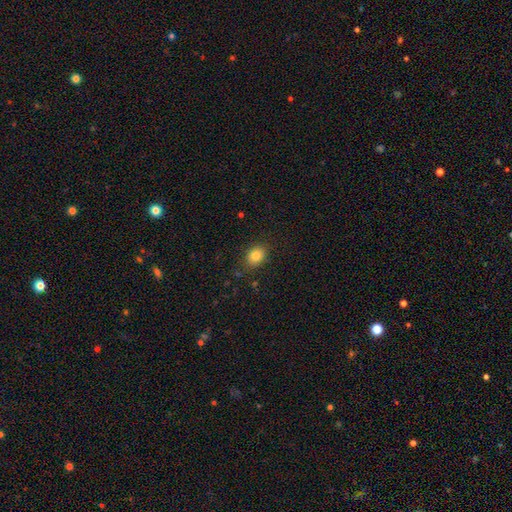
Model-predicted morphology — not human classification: Smooth or featured? Predicted: smooth (p=0.82). How rounded? Predicted: round (p=0.50). Merging? Predicted: none (p=0.85).